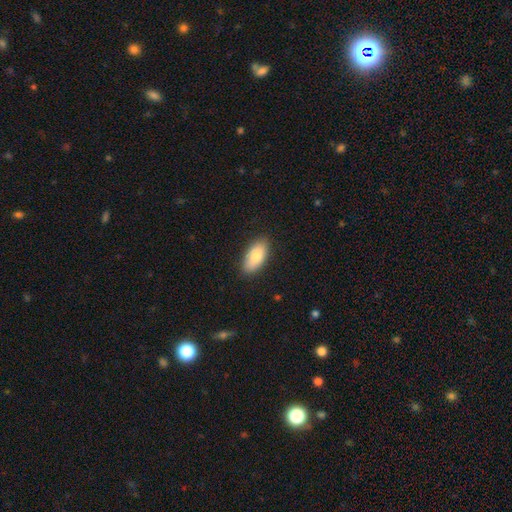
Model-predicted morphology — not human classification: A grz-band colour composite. It shows a smooth galaxy with no disk features (81%) that is in between round and cigar-shaped (92%). Merging: none (85%).